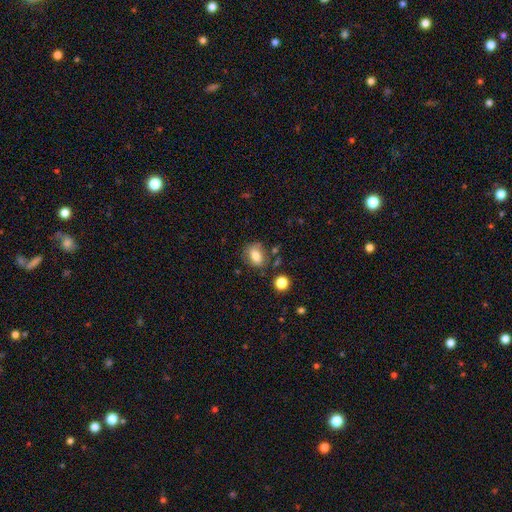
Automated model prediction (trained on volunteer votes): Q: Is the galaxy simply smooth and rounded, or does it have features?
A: smooth — 79%.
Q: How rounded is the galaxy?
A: in between — 73%.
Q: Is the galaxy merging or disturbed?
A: none — 71%.